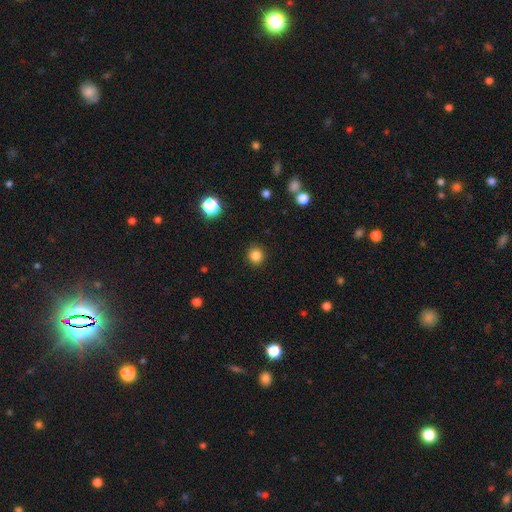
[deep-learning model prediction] Smooth or featured: smooth — 84% (star or artifact — 12%)
How rounded: round — 91% (in between — 8%)
Merging: none — 91% (minor disturbance — 6%)